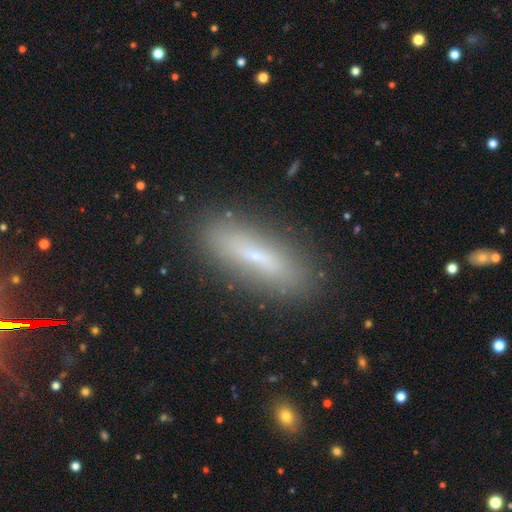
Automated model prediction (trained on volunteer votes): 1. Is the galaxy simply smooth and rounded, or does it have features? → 56% smooth, 33% featured or disk, 11% star or artifact.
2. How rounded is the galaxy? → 68% cigar-shaped, 30% in between, 2% round.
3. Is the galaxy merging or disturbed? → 83% none, 11% minor disturbance, 3% major disturbance, 2% merger.